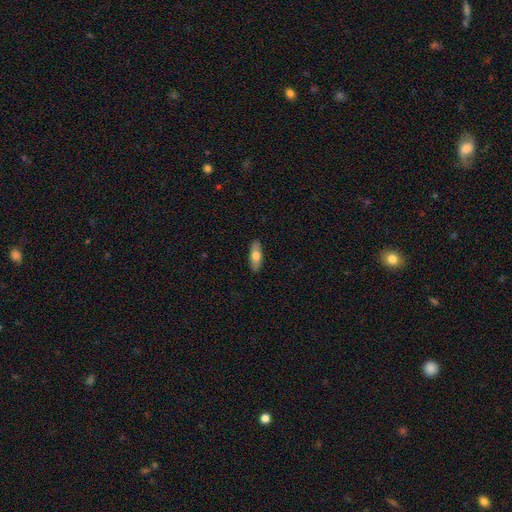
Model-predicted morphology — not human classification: This appears to be a smooth galaxy with no disk features (73%) that is in between round and cigar-shaped (69%). Merging: none (89%).